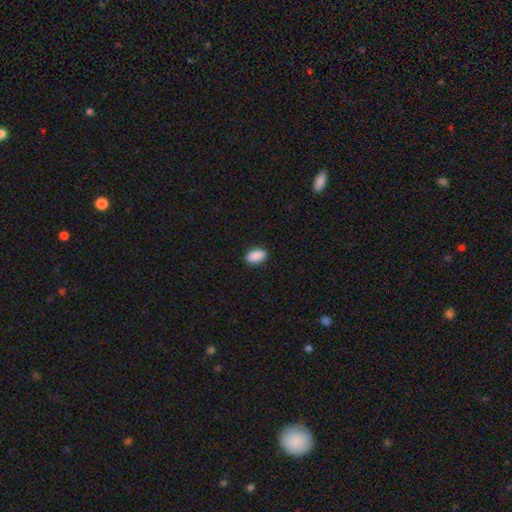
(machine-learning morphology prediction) smooth_or_featured: smooth (p=0.90) [alt: star or artifact p=0.07]
how_rounded: in between (p=0.92) [alt: round p=0.04]
merging: none (p=0.89) [alt: minor disturbance p=0.08]